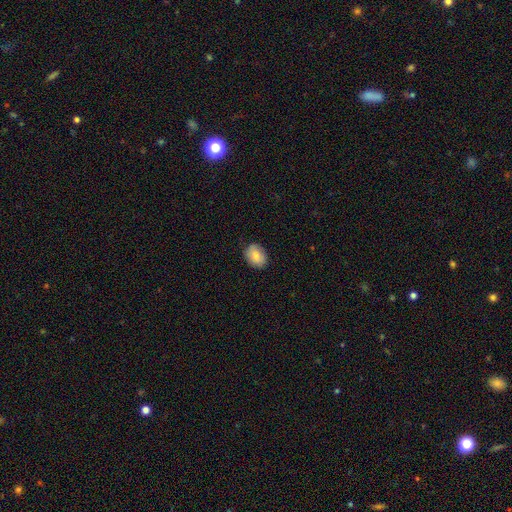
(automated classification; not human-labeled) Smooth or featured? smooth (82%)
How rounded? in between (68%)
Merging? none (83%)